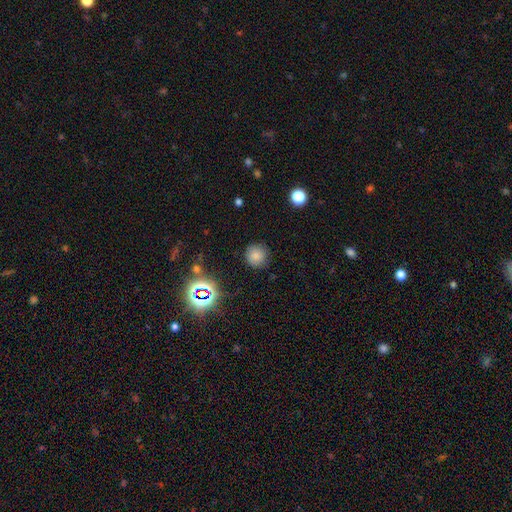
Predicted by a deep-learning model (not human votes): Morphology: type=smooth (76%); roundness=round (93%); merging=none (86%).